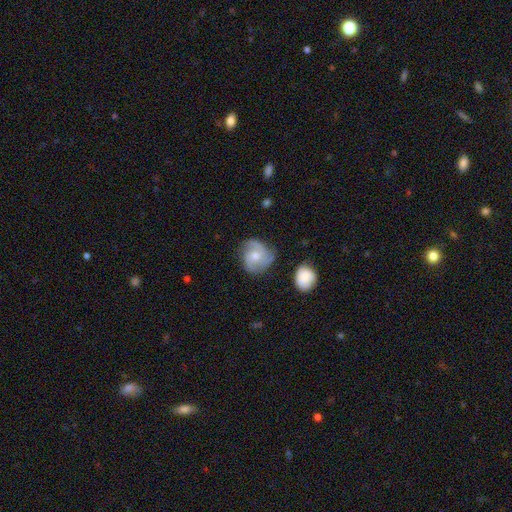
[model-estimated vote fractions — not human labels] Overall: featured or disk (55%; smooth 38%). Edge-on disk: no (97%). Bar: no (75%). Spiral arms: yes (86%). Bulge size: moderate (62%; small 31%). Merging: none (59%; minor disturbance 27%).